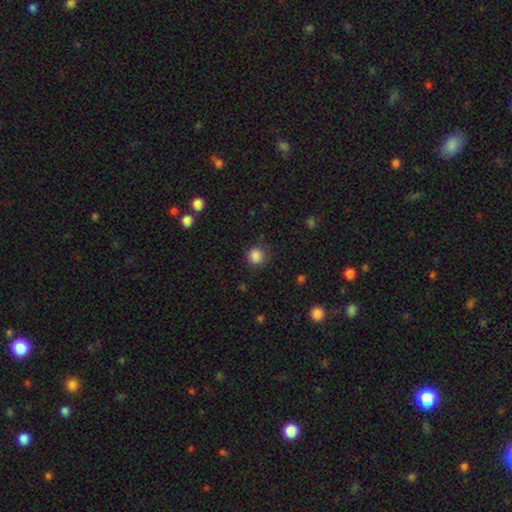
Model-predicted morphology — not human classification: Smooth or featured: smooth — 86% (star or artifact — 11%)
How rounded: round — 91% (in between — 8%)
Merging: none — 84% (minor disturbance — 12%)